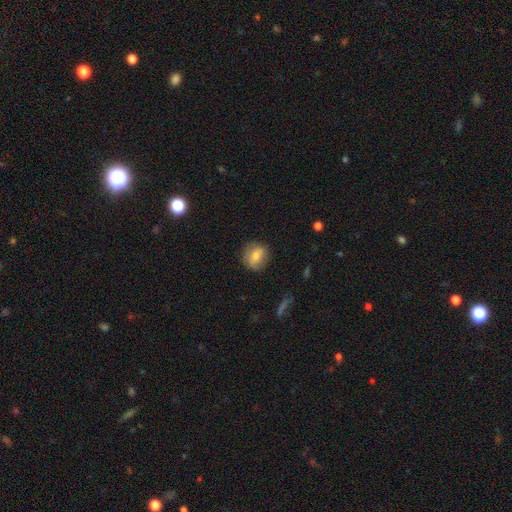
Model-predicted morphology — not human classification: This appears to be a smooth galaxy with no disk features (68%) that is round (76%). Merging: none (77%).